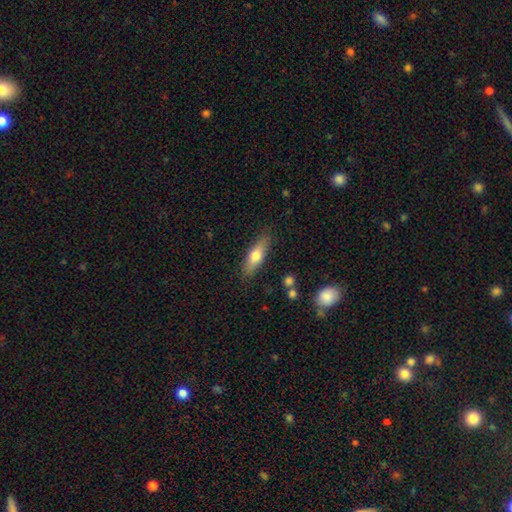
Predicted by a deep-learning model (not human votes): Smooth or featured: smooth — 65% (featured or disk — 28%)
How rounded: in between — 49% (cigar-shaped — 48%)
Merging: none — 84% (minor disturbance — 12%)